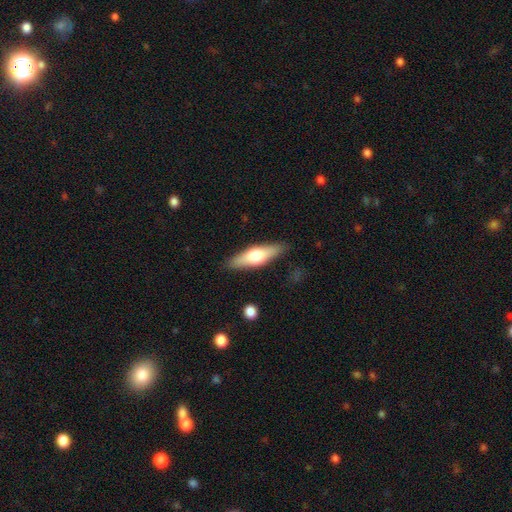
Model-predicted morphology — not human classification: A smooth galaxy with no disk features (51%) that is cigar-shaped (53%).

Vote fractions:
- Smooth or featured? smooth: 51% / featured or disk: 43% / star or artifact: 6%
- How rounded? cigar-shaped: 53% / in between: 44% / round: 2%
- Merging? none: 87% / minor disturbance: 10% / major disturbance: 2% / merger: 1%